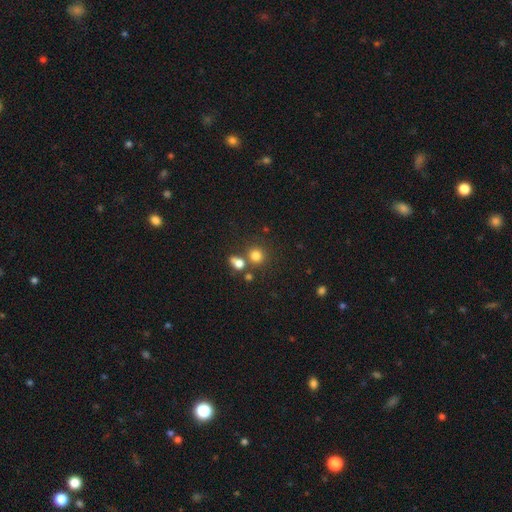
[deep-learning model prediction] Q: Smooth or featured?
A: smooth (78%); runner-up: star or artifact (14%)
Q: How rounded?
A: round (85%); runner-up: in between (14%)
Q: Merging?
A: none (63%); runner-up: merger (24%)